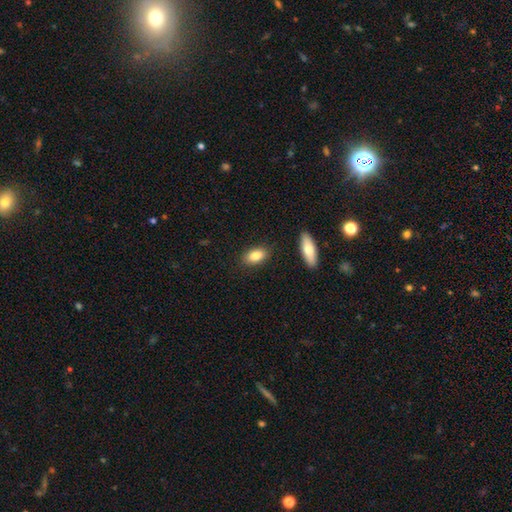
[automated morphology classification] Smooth or featured? smooth (83%)
How rounded? in between (88%)
Merging? none (84%)